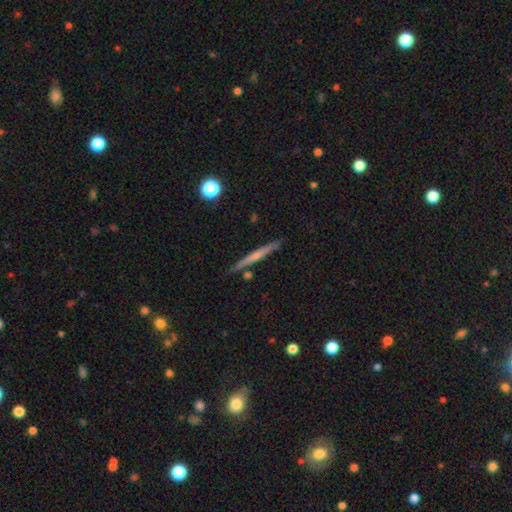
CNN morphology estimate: A featured or disk galaxy (55%) viewed edge-on (97%) with no central bulge (57%). Merging: none (86%).